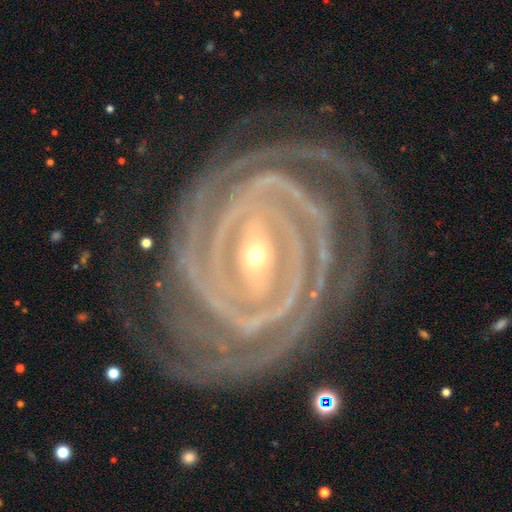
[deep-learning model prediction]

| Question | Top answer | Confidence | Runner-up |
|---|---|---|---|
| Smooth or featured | featured or disk | 93% | star or artifact (5%) |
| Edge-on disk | no | 97% | yes (3%) |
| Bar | strong | 62% | weak (27%) |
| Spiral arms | yes | 99% | no (1%) |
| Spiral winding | tight | 90% | medium (9%) |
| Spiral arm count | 2 | 27% | 3 (21%) |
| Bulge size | small | 62% | moderate (35%) |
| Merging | none | 80% | minor disturbance (13%) |